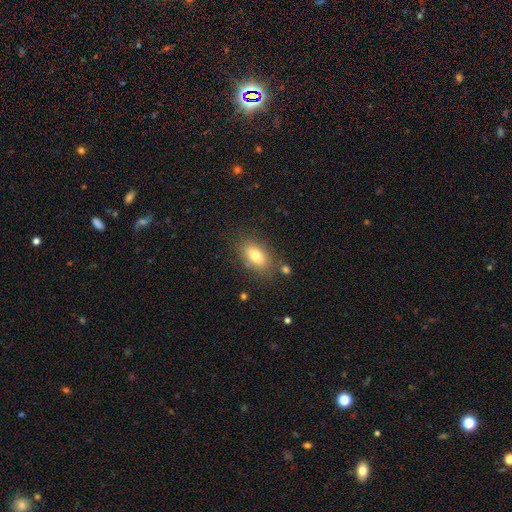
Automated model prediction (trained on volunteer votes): smooth 78%, featured or disk 13%, star or artifact 9%. Down the decision tree: how rounded — in between (87%); merging — none (78%).